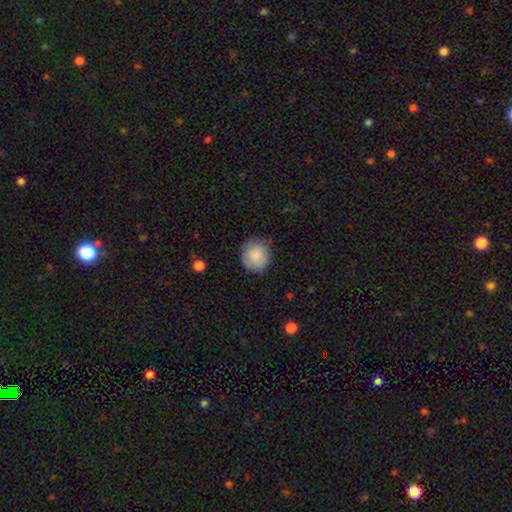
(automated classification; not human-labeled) Morphology: type=smooth (87%); roundness=round (90%); merging=none (78%).